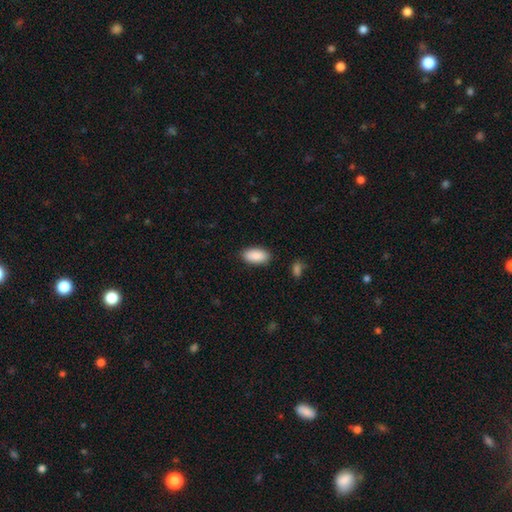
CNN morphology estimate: smooth 91%, star or artifact 6%, featured or disk 3%. Down the decision tree: how rounded — in between (94%); merging — none (87%).